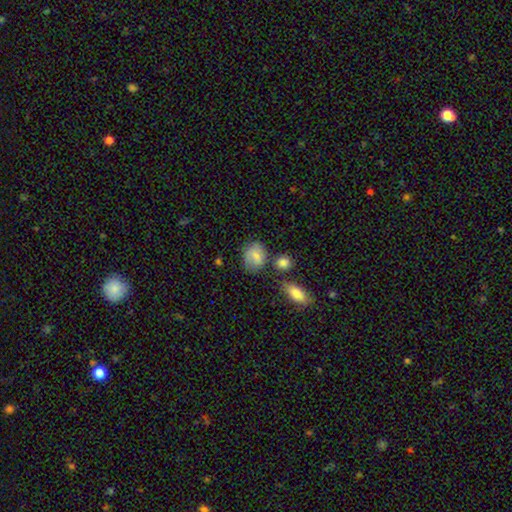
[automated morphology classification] Smooth or featured?
  - smooth: 73% *
  - featured or disk: 19%
  - star or artifact: 8%
How rounded?
  - in between: 51% *
  - round: 48%
  - cigar-shaped: 1%
Merging?
  - none: 62% *
  - minor disturbance: 21%
  - merger: 9%
  - major disturbance: 7%